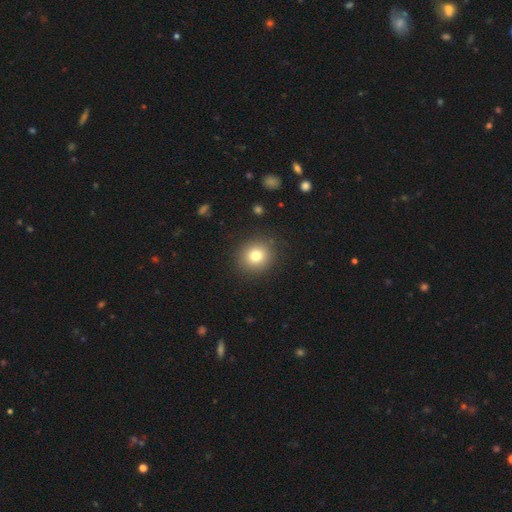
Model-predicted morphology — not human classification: A smooth galaxy with no disk features (78%) that is round (87%).

Vote fractions:
- Smooth or featured? smooth: 78% / star or artifact: 12% / featured or disk: 10%
- How rounded? round: 87% / in between: 12% / cigar-shaped: 1%
- Merging? none: 89% / minor disturbance: 7% / major disturbance: 3% / merger: 1%